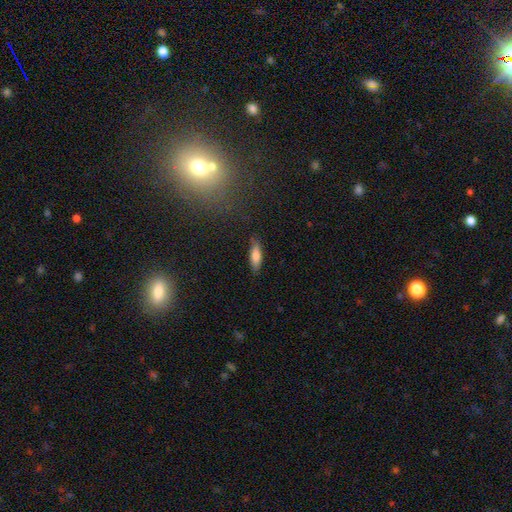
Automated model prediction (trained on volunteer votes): This appears to be a smooth galaxy with no disk features (78%) that is cigar-shaped (51%). Merging: none (83%).